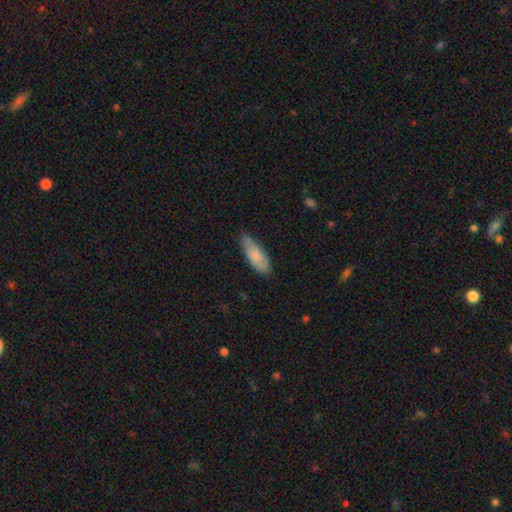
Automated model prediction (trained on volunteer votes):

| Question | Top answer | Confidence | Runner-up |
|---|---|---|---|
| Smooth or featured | smooth | 82% | featured or disk (13%) |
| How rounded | in between | 68% | cigar-shaped (30%) |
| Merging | none | 73% | minor disturbance (23%) |